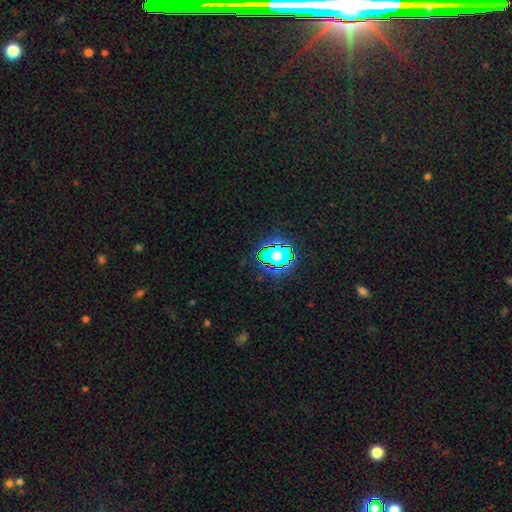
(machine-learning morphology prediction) Smooth or featured: star or artifact — 76% (smooth — 14%)